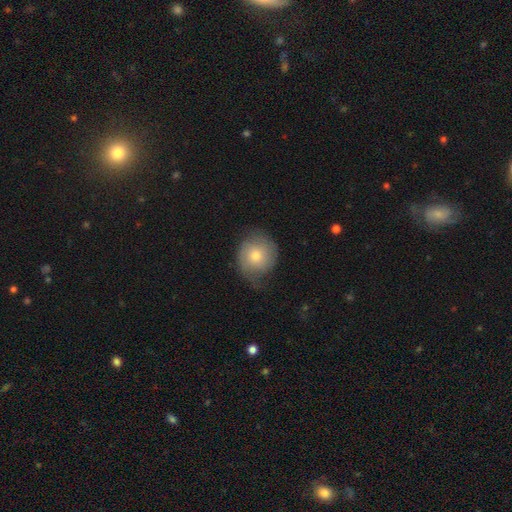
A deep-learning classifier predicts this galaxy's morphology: Overall: smooth (56%; featured or disk 37%). How rounded: round (85%). Merging: none (56%; minor disturbance 29%).